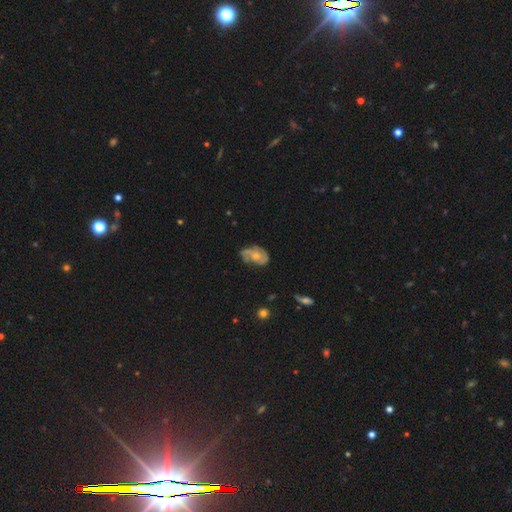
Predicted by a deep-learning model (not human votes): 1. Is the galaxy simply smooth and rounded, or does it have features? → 69% featured or disk, 24% smooth, 7% star or artifact.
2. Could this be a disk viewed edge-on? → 96% no, 4% yes.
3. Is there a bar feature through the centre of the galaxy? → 76% no, 20% weak, 3% strong.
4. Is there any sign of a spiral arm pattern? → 85% yes, 15% no.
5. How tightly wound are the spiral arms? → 42% medium, 31% tight, 26% loose.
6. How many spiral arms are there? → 48% 2, 20% can't tell, 18% 3, 7% 1, 3% 4, 3% more than 4.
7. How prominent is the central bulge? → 53% moderate, 40% small, 3% none, 3% large, 1% dominant.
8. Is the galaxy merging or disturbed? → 53% none, 30% minor disturbance, 14% major disturbance, 3% merger.